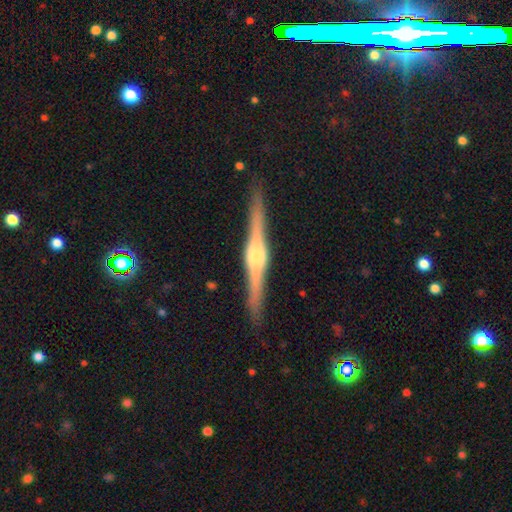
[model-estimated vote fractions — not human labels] This is clearly a featured or disk galaxy (81%). It is clearly viewed edge-on (98%). Edge-on bulge: likely rounded (78%). Merging: clearly none (88%).